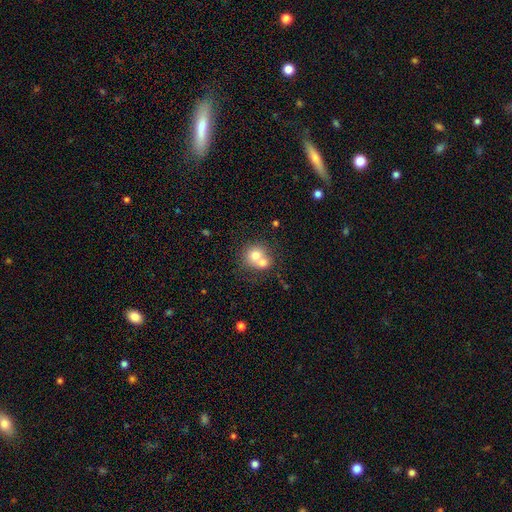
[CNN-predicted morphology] A smooth galaxy with no disk features (68%) that is round (81%).

Vote fractions:
- Smooth or featured? smooth: 68% / featured or disk: 22% / star or artifact: 10%
- How rounded? round: 81% / in between: 18% / cigar-shaped: 1%
- Merging? merger: 58% / none: 33% / minor disturbance: 6% / major disturbance: 3%